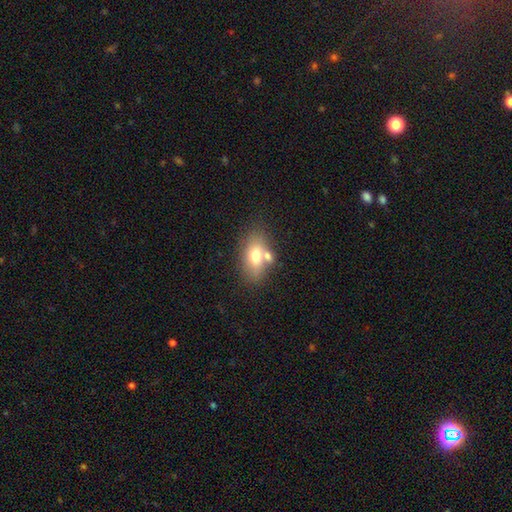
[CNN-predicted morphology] smooth 68%, featured or disk 23%, star or artifact 9%. Down the decision tree: how rounded — in between (84%); merging — none (53%).